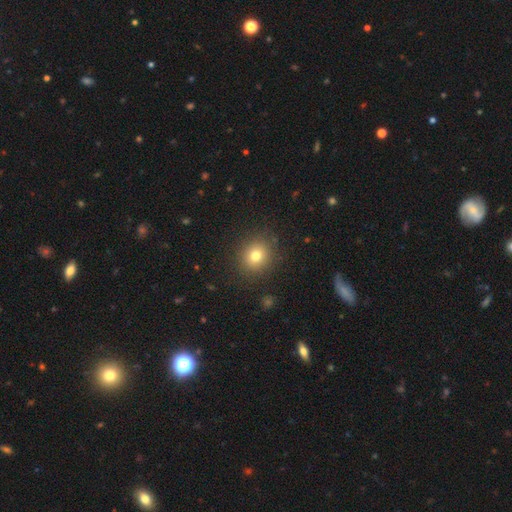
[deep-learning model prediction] Smooth or featured?
  - smooth: 77% *
  - star or artifact: 13%
  - featured or disk: 9%
How rounded?
  - round: 80% *
  - in between: 19%
  - cigar-shaped: 1%
Merging?
  - none: 88% *
  - minor disturbance: 8%
  - major disturbance: 3%
  - merger: 1%